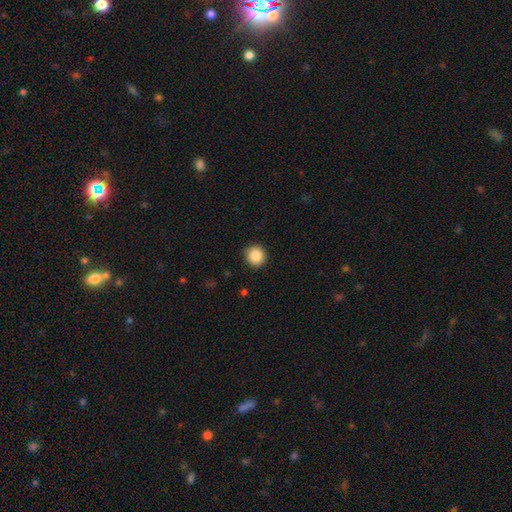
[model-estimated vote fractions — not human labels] Overall: smooth (87%). How rounded: round (93%). Merging: none (90%).